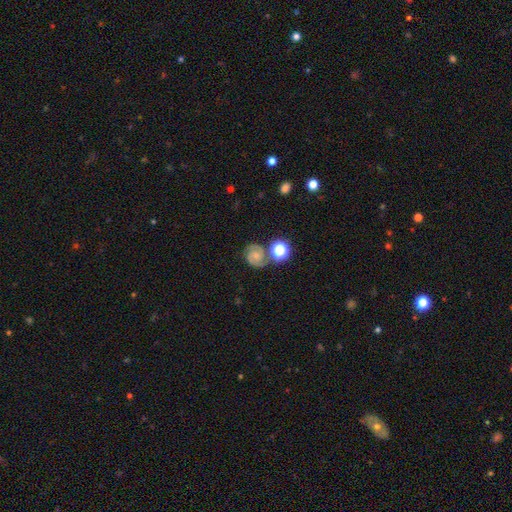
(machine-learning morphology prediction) Q: Smooth or featured?
A: featured or disk (84%); runner-up: smooth (8%)
Q: Edge-on disk?
A: no (98%); runner-up: yes (2%)
Q: Bar?
A: no (63%); runner-up: weak (30%)
Q: Spiral arms?
A: yes (98%); runner-up: no (2%)
Q: Spiral winding?
A: tight (51%); runner-up: medium (43%)
Q: Spiral arm count?
A: 2 (90%); runner-up: 3 (4%)
Q: Bulge size?
A: small (53%); runner-up: moderate (27%)
Q: Merging?
A: none (72%); runner-up: minor disturbance (13%)